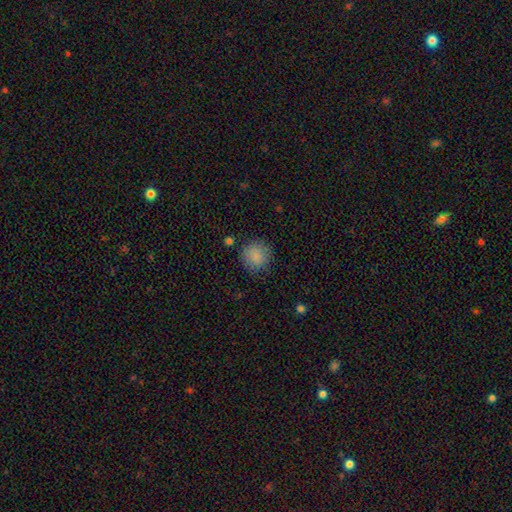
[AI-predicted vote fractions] Q: Smooth or featured?
A: smooth (86%); runner-up: star or artifact (9%)
Q: How rounded?
A: round (90%); runner-up: in between (9%)
Q: Merging?
A: none (82%); runner-up: minor disturbance (13%)